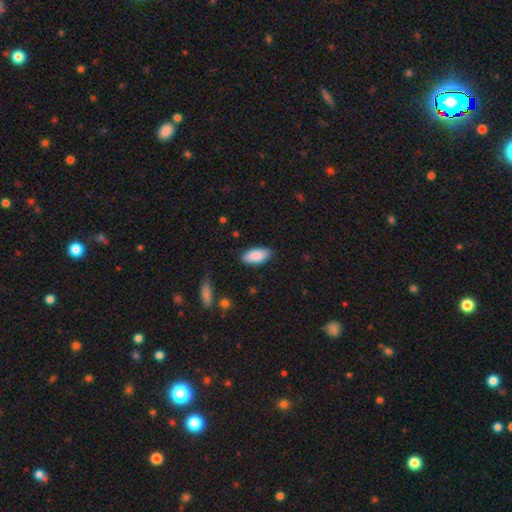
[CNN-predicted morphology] Overall: smooth (89%). How rounded: in between (90%). Merging: none (86%).